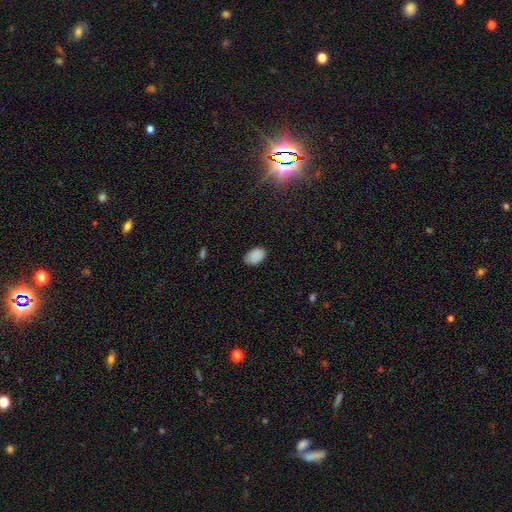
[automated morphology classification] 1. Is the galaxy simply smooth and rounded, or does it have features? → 88% smooth, 9% star or artifact, 3% featured or disk.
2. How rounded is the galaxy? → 86% in between, 13% round, 1% cigar-shaped.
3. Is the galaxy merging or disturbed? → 83% none, 14% minor disturbance, 2% major disturbance, 1% merger.